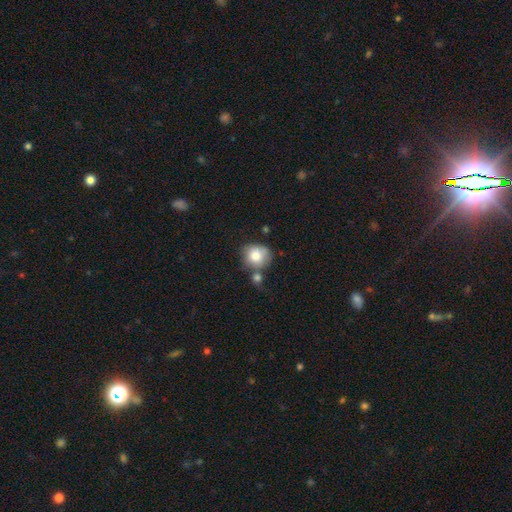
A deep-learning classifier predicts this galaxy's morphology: Smooth or featured?
  - smooth: 79% *
  - featured or disk: 12%
  - star or artifact: 8%
How rounded?
  - round: 77% *
  - in between: 22%
  - cigar-shaped: 1%
Merging?
  - none: 50% *
  - merger: 24%
  - minor disturbance: 19%
  - major disturbance: 7%